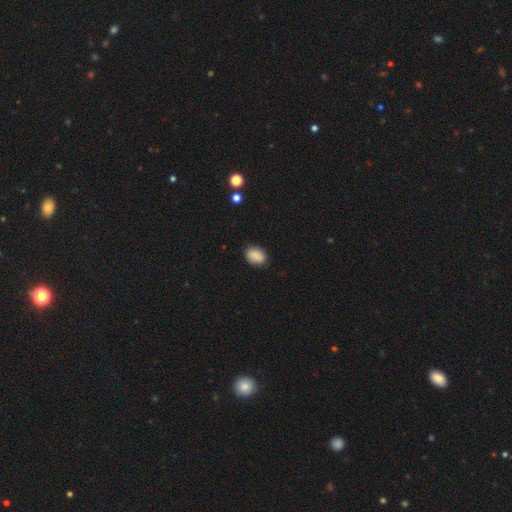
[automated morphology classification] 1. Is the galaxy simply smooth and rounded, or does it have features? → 83% smooth, 9% star or artifact, 8% featured or disk.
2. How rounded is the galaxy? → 73% in between, 25% round, 2% cigar-shaped.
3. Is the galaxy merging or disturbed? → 80% none, 16% minor disturbance, 3% major disturbance, 2% merger.